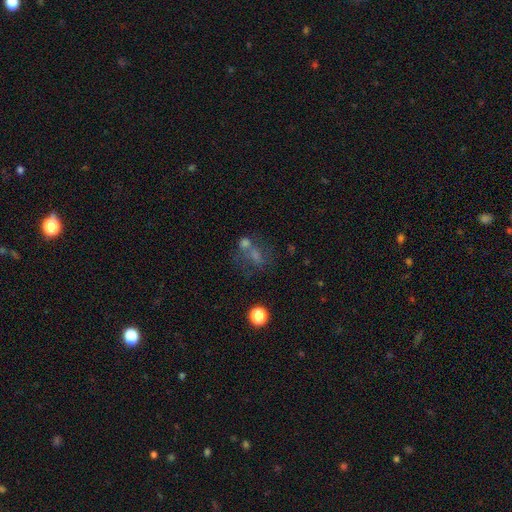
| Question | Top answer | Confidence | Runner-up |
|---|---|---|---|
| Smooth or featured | smooth | 55% | featured or disk (39%) |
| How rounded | round | 48% | tied: in between (48%) |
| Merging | none | 53% | merger (25%) |